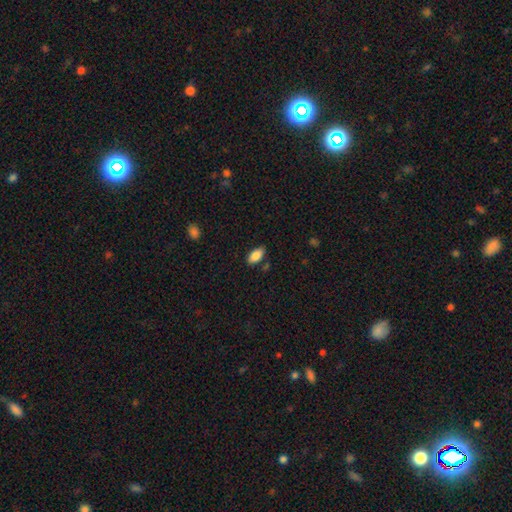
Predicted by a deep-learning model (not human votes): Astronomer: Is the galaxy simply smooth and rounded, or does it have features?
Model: smooth — 85%.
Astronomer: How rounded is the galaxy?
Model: in between — 91%.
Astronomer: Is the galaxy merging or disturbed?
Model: none — 82%.